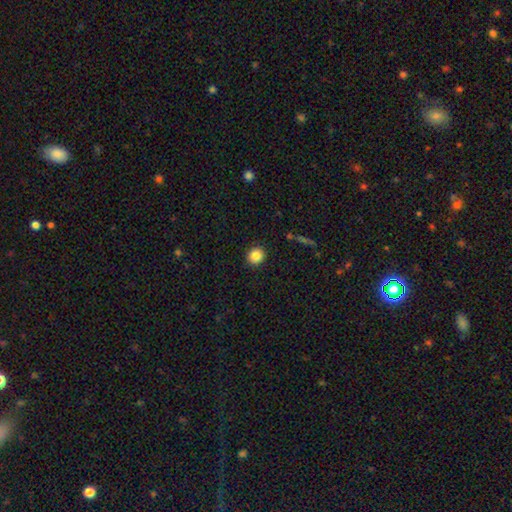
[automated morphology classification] Smooth or featured: smooth — 85% (star or artifact — 10%)
How rounded: round — 91% (in between — 9%)
Merging: none — 92% (minor disturbance — 5%)